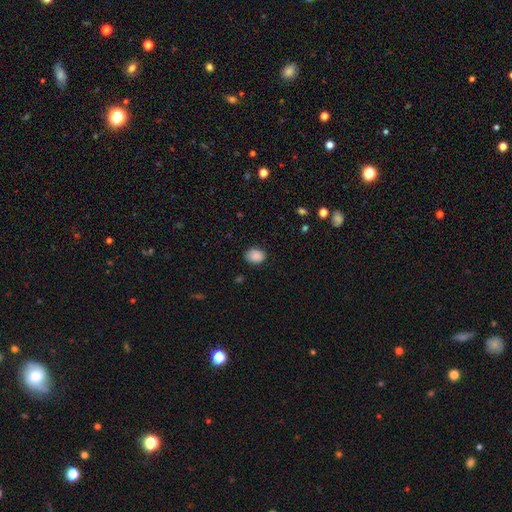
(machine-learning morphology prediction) This is clearly a smooth galaxy (88%). How rounded: possibly in between (55%). Merging: clearly none (81%).